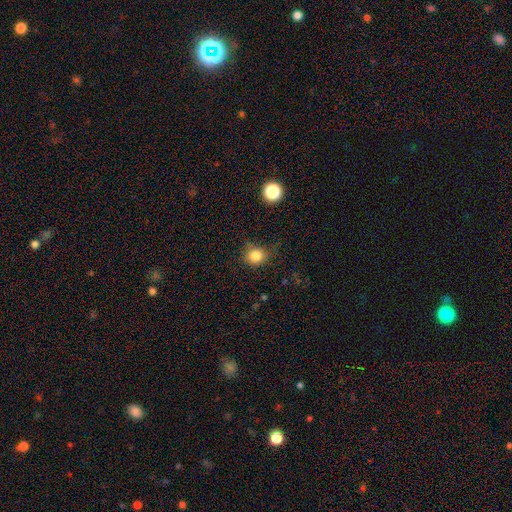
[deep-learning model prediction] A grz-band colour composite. It shows a smooth galaxy with no disk features (83%) that is round (76%). Merging: none (71%).